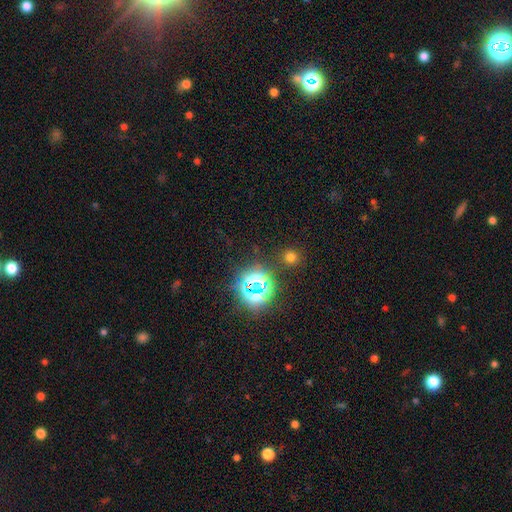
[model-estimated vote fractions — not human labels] smooth-or-featured: star or artifact: 68% | smooth: 26% | featured or disk: 6%